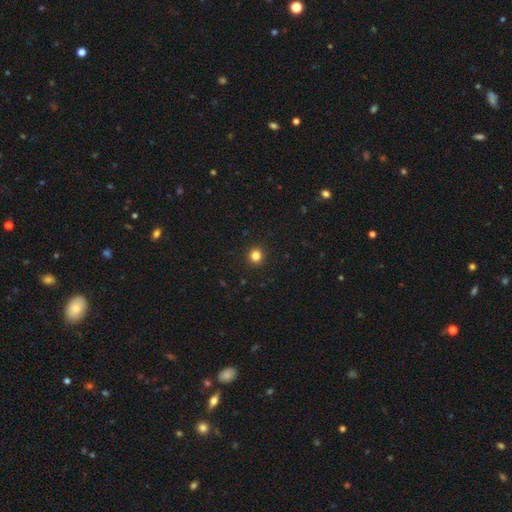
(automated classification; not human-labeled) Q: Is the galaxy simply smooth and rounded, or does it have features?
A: smooth — 83%.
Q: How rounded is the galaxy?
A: round — 93%.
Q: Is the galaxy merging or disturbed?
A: none — 93%.